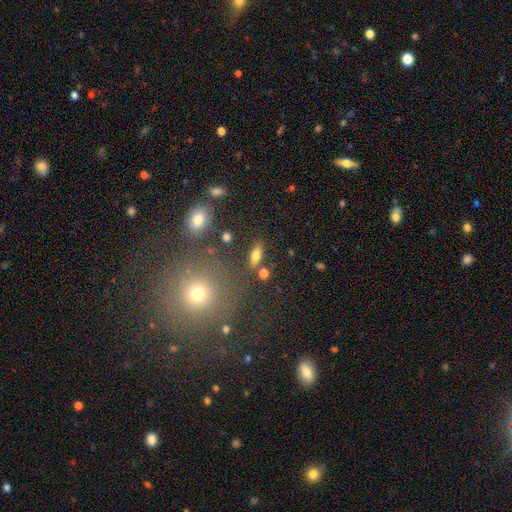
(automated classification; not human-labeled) The model was most divided on "how rounded": in between: 74%, cigar-shaped: 19%, round: 6%. More confident: merging — none (78%); smooth or featured — smooth (73%).